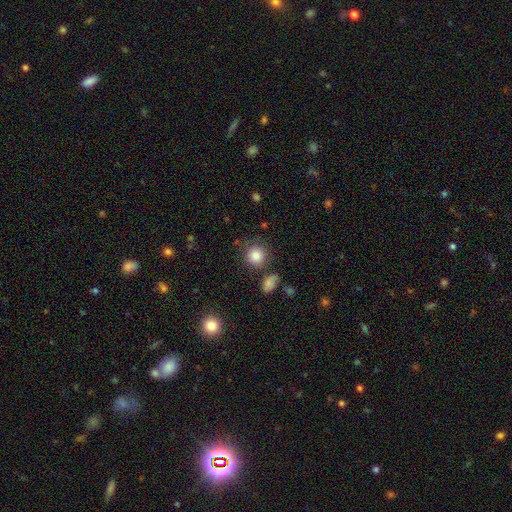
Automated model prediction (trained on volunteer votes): Smooth or featured: smooth — 85% (star or artifact — 9%)
How rounded: round — 90% (in between — 9%)
Merging: none — 77% (minor disturbance — 12%)